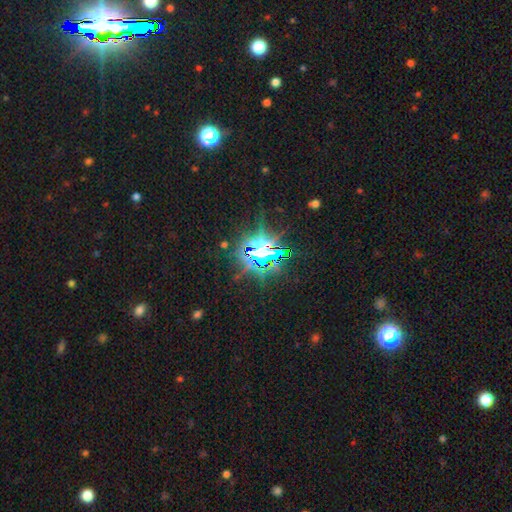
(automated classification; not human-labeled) smooth-or-featured: star or artifact: 80% | smooth: 10% | featured or disk: 10%